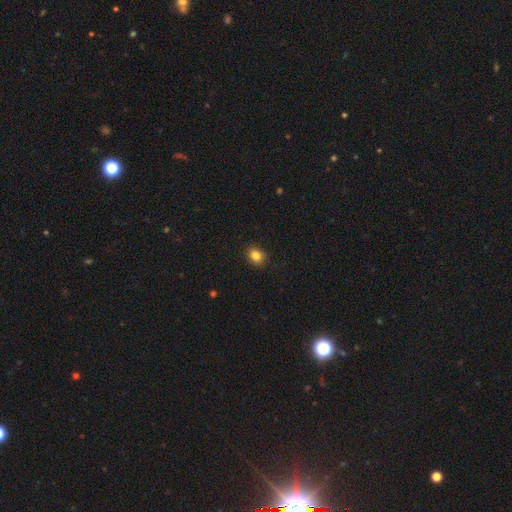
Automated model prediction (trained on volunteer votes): This is clearly a smooth galaxy (83%). How rounded: possibly round (52%). Merging: clearly none (89%).